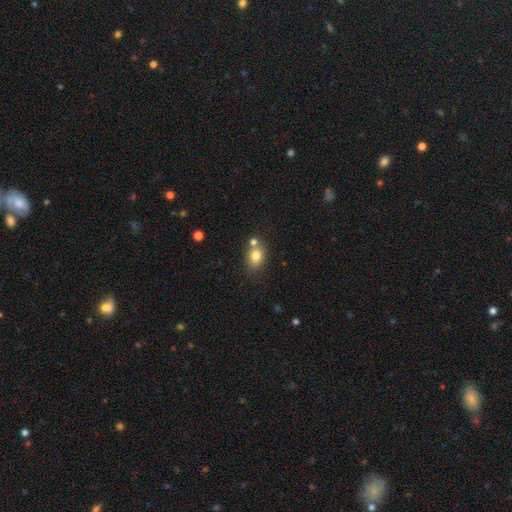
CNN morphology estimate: This appears to be a smooth galaxy with no disk features (80%) that is in between round and cigar-shaped (57%). Merging: none (65%).